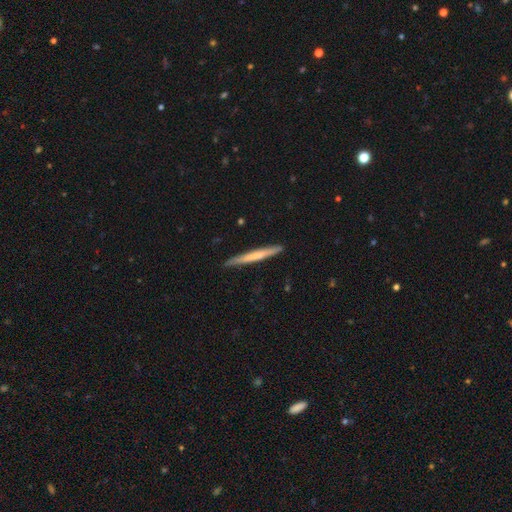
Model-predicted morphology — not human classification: Overall: smooth (55%; featured or disk 40%). How rounded: cigar-shaped (97%). Merging: none (88%).